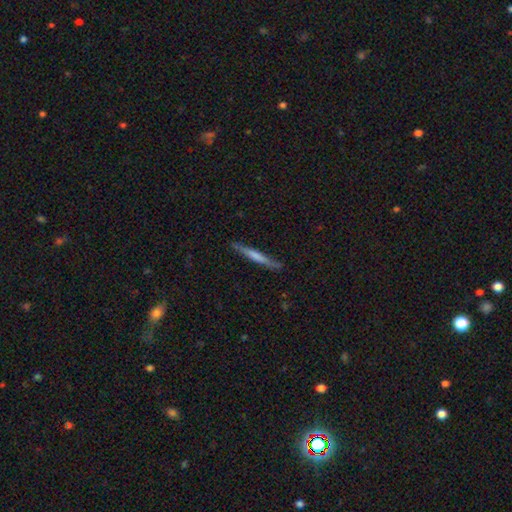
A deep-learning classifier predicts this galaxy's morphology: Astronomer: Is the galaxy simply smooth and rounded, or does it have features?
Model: featured or disk — 61%.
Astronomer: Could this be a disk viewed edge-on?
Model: yes — 97%.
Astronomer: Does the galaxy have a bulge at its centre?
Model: rounded — 47% (runner-up: none, 40%).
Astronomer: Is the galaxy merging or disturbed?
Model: none — 89%.